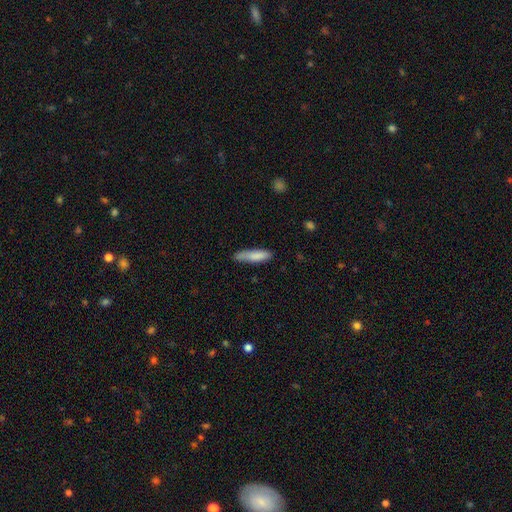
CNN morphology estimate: smooth_or_featured: smooth (p=0.83) [alt: featured or disk p=0.11]
how_rounded: cigar-shaped (p=0.74) [alt: in between p=0.25]
merging: none (p=0.66) [alt: minor disturbance p=0.26]